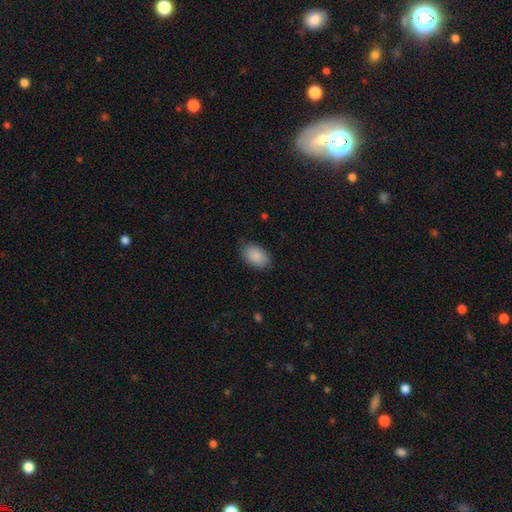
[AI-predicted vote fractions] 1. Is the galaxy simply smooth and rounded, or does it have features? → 90% smooth, 6% star or artifact, 4% featured or disk.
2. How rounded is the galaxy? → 92% in between, 7% round, 1% cigar-shaped.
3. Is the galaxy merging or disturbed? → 84% none, 12% minor disturbance, 3% major disturbance, 1% merger.